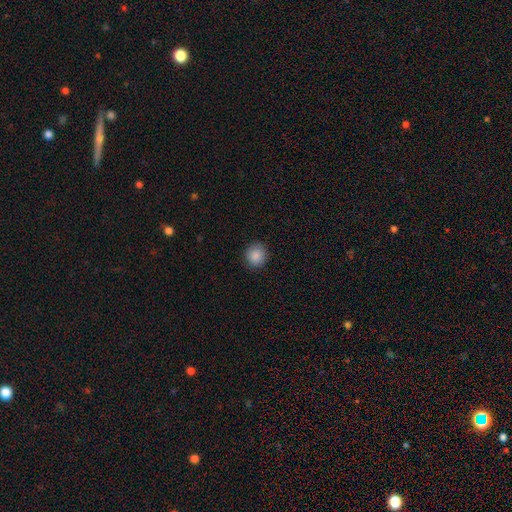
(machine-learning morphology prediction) Q: Smooth or featured?
A: smooth (88%); runner-up: star or artifact (8%)
Q: How rounded?
A: round (86%); runner-up: in between (13%)
Q: Merging?
A: none (89%); runner-up: minor disturbance (8%)